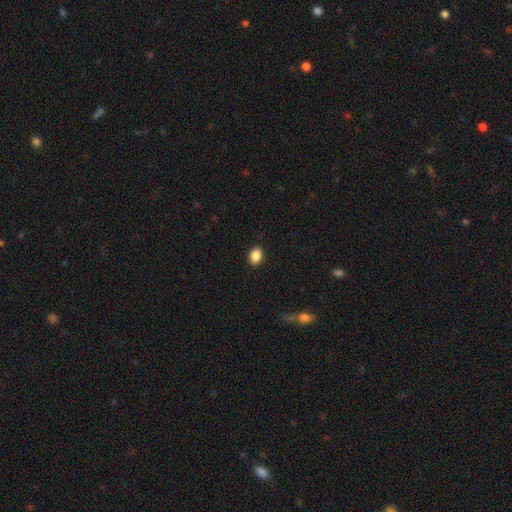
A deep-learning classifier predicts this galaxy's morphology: smooth-or-featured: smooth: 87% | star or artifact: 9% | featured or disk: 4%
  how-rounded: in between: 76% | round: 23% | cigar-shaped: 1%
  merging: none: 90% | minor disturbance: 7% | major disturbance: 2% | merger: 1%